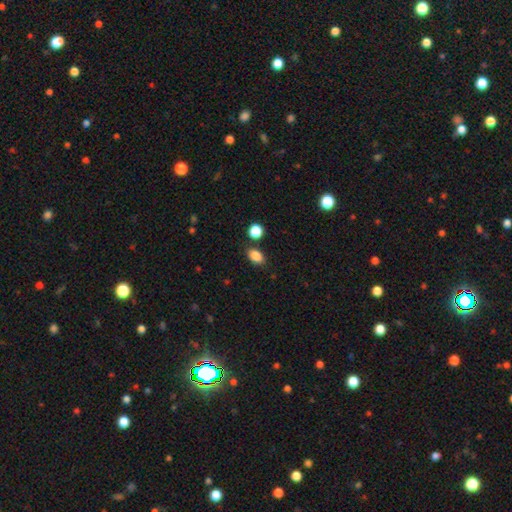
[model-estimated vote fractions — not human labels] Smooth or featured: smooth — 86% (star or artifact — 10%)
How rounded: in between — 83% (round — 16%)
Merging: none — 80% (minor disturbance — 11%)